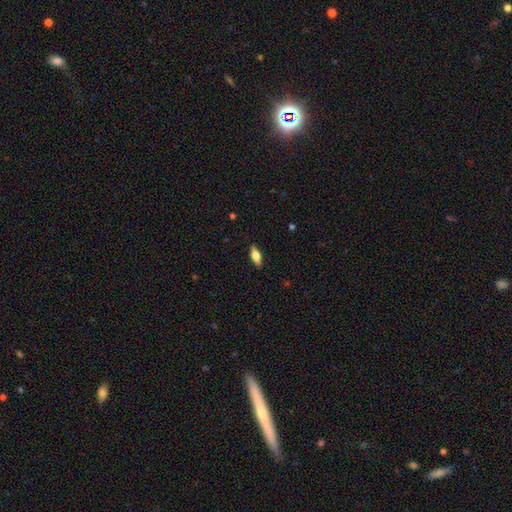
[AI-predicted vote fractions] Smooth or featured: smooth — 61% (featured or disk — 33%)
How rounded: in between — 69% (cigar-shaped — 28%)
Merging: none — 89% (minor disturbance — 8%)